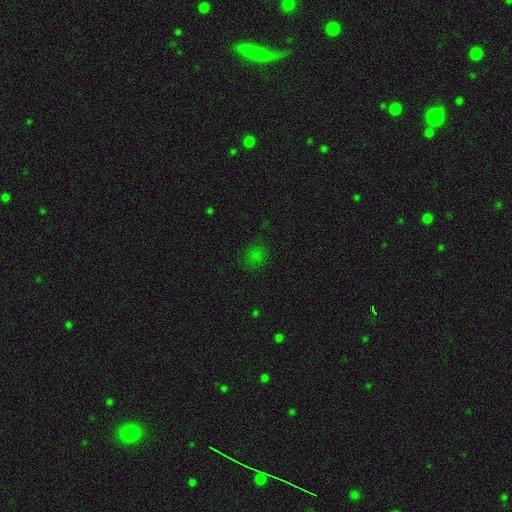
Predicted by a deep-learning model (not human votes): A smooth galaxy with no disk features (70%) that is round (74%). Merging: none (78%).